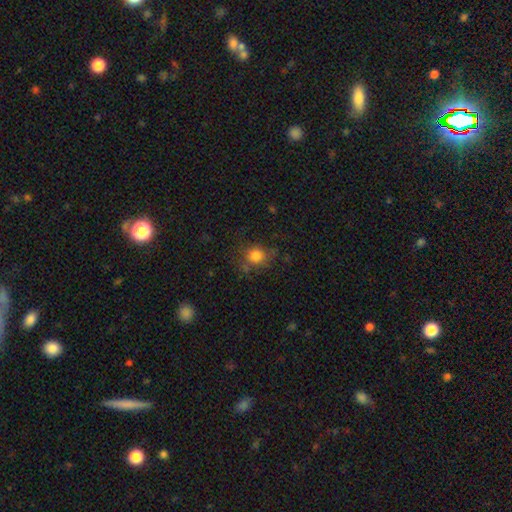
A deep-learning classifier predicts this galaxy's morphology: A smooth galaxy with no disk features (78%) that is round (84%). Merging: none (72%).